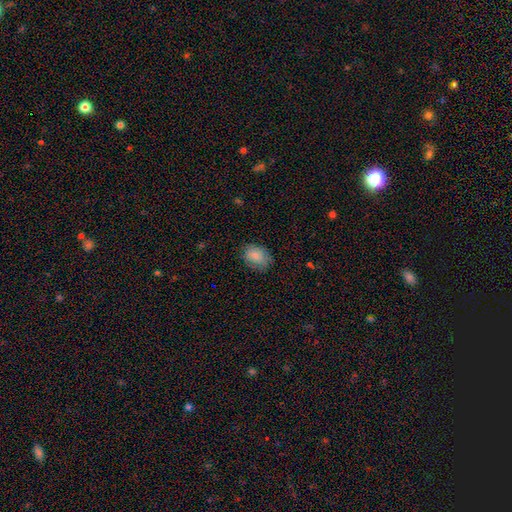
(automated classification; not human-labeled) Smooth or featured? Predicted: smooth (p=0.85). How rounded? Predicted: in between (p=0.72). Merging? Predicted: none (p=0.75).